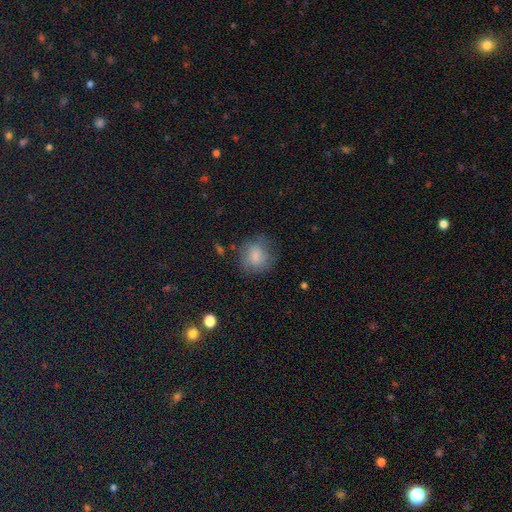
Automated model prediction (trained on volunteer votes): Smooth or featured: smooth — 79% (featured or disk — 13%)
How rounded: round — 78% (in between — 21%)
Merging: none — 67% (minor disturbance — 22%)